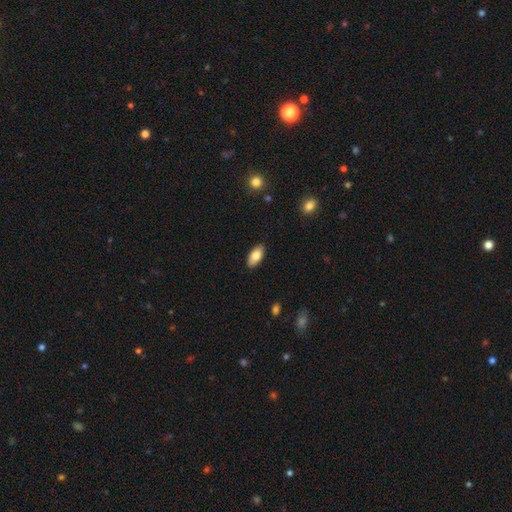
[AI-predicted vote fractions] This appears to be a smooth galaxy with no disk features (81%) that is in between round and cigar-shaped (92%). Merging: none (88%).